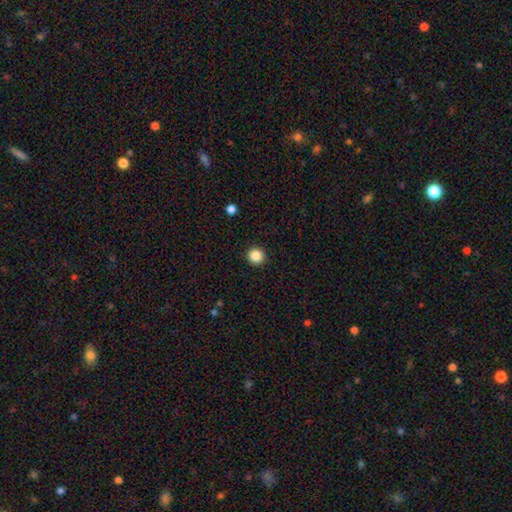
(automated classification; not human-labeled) Smooth or featured: smooth — 86% (star or artifact — 11%)
How rounded: round — 95% (in between — 5%)
Merging: none — 93% (minor disturbance — 5%)